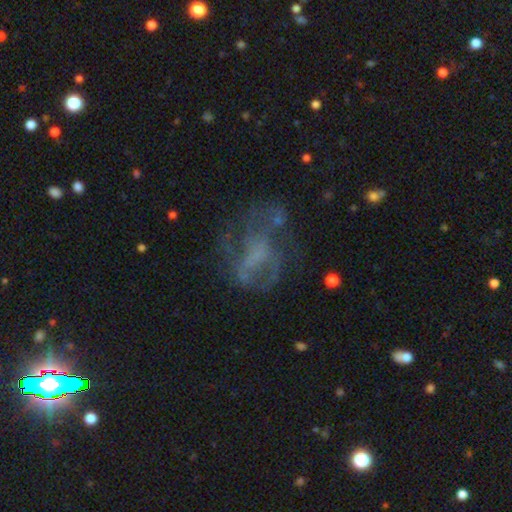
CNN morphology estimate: Overall: featured or disk (61%; smooth 21%). Edge-on disk: no (97%). Bar: no (61%; weak 28%). Spiral arms: no (50%, tied with yes). Bulge size: none (61%). Merging: none (45%; major disturbance 32%).